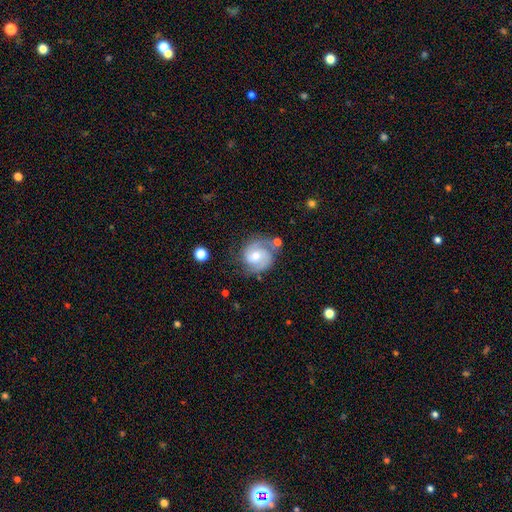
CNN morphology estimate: Smooth or featured: featured or disk — 82% (smooth — 12%)
Edge-on disk: no — 98% (yes — 2%)
Bar: no — 58% (weak — 35%)
Spiral arms: yes — 96% (no — 4%)
Spiral winding: medium — 45% (tight — 44%)
Spiral arm count: 2 — 78% (can't tell — 8%)
Bulge size: moderate — 61% (small — 32%)
Merging: none — 64% (minor disturbance — 21%)